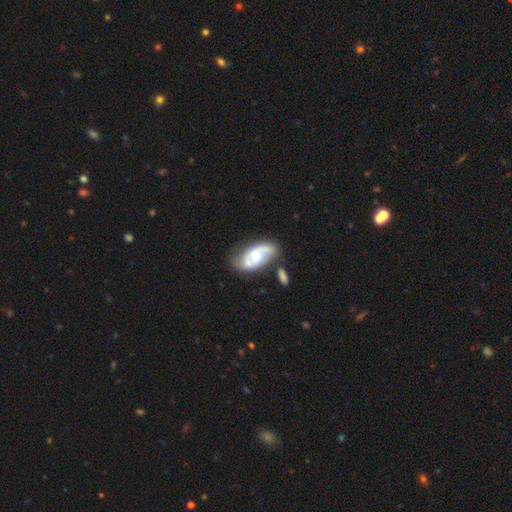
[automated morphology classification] A featured or disk galaxy (71%) with no bar (56%), 2 (78%) medium (45%) spiral arms (88%) and a moderate central bulge (52%). Merging: none (52%).